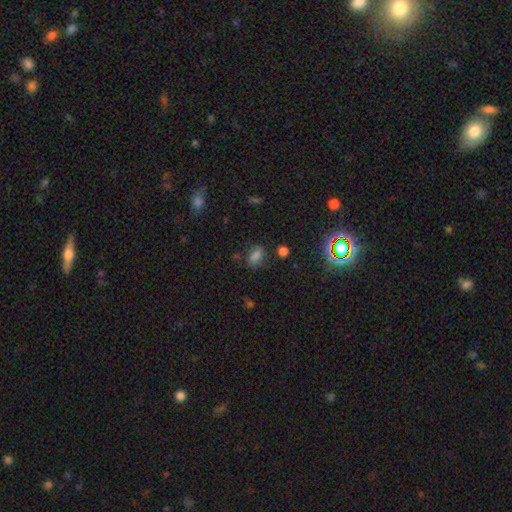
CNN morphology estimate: smooth 72%, star or artifact 20%, featured or disk 8%. Down the decision tree: how rounded — in between (80%); merging — none (69%).